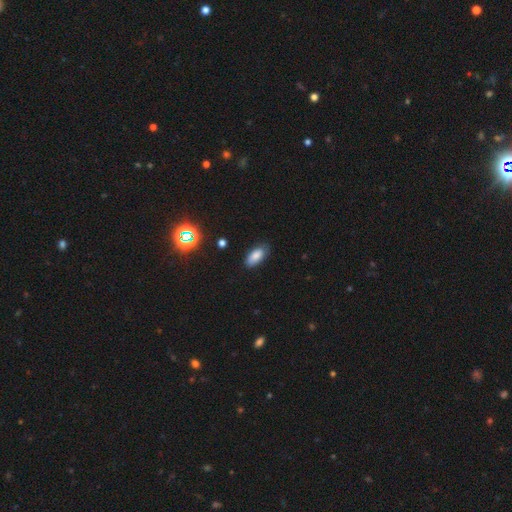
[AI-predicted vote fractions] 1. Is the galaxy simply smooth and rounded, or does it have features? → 81% smooth, 11% star or artifact, 8% featured or disk.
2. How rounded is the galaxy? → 89% in between, 8% cigar-shaped, 3% round.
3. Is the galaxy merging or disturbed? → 78% none, 17% minor disturbance, 3% major disturbance, 1% merger.